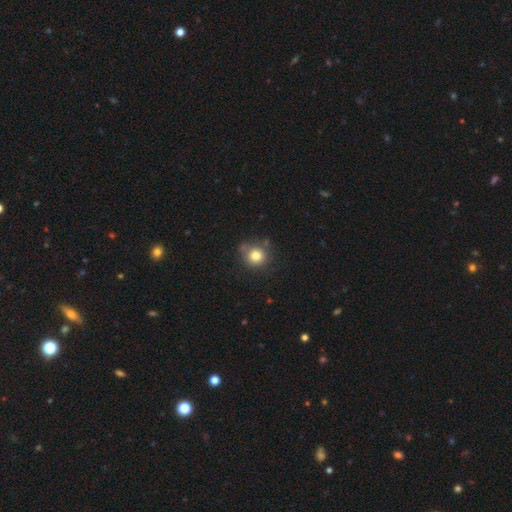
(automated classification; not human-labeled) Smooth or featured? Predicted: smooth (p=0.80). How rounded? Predicted: round (p=0.89). Merging? Predicted: none (p=0.71).